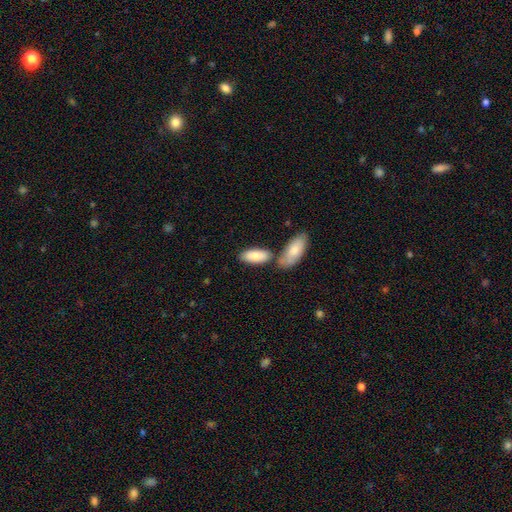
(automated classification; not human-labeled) Smooth or featured: smooth — 81% (featured or disk — 14%)
How rounded: in between — 85% (cigar-shaped — 13%)
Merging: none — 55% (merger — 29%)